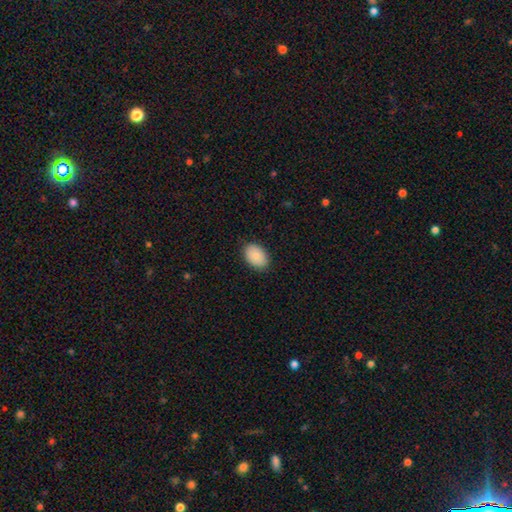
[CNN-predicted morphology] Smooth or featured?
  - smooth: 86% *
  - star or artifact: 7%
  - featured or disk: 7%
How rounded?
  - in between: 84% *
  - round: 15%
  - cigar-shaped: 1%
Merging?
  - none: 87% *
  - minor disturbance: 10%
  - major disturbance: 2%
  - merger: 1%